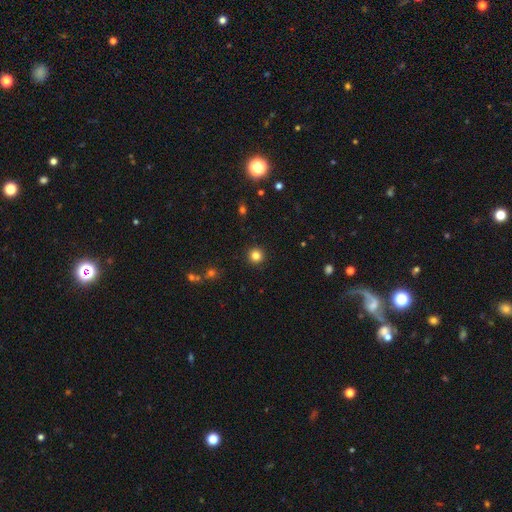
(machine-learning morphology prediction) Q: Smooth or featured?
A: smooth (82%); runner-up: star or artifact (13%)
Q: How rounded?
A: round (95%); runner-up: in between (4%)
Q: Merging?
A: none (93%); runner-up: minor disturbance (4%)